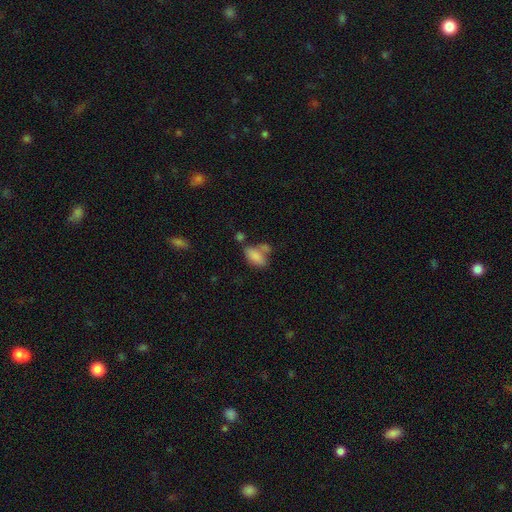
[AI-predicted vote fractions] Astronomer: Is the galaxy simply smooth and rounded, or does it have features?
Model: smooth — 80%.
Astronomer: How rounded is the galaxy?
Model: in between — 91%.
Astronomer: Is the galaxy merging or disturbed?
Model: none — 37% (runner-up: merger, 34%).